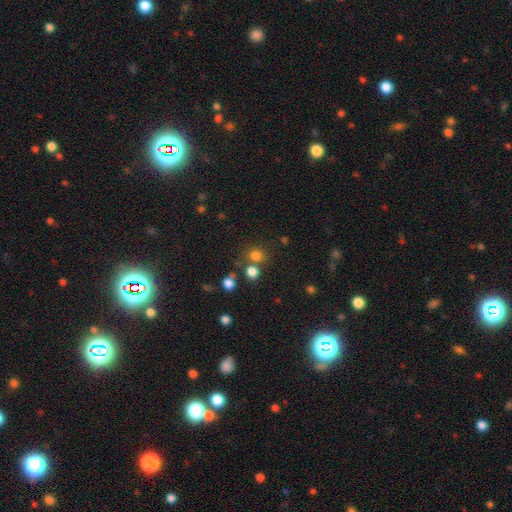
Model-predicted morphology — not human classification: smooth_or_featured: smooth (p=0.76) [alt: star or artifact p=0.17]
how_rounded: round (p=0.79) [alt: in between p=0.20]
merging: none (p=0.64) [alt: merger p=0.22]